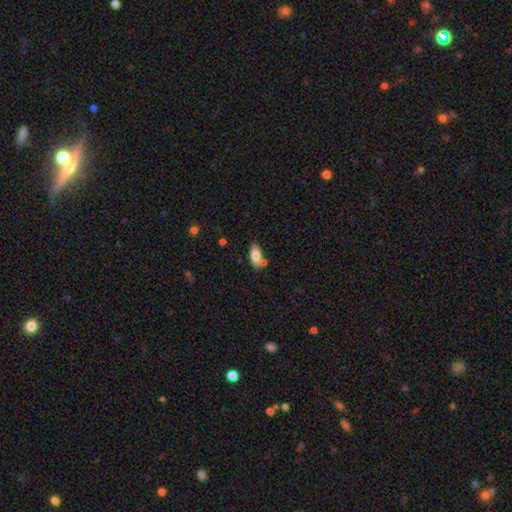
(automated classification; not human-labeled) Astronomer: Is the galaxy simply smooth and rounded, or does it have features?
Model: smooth — 79%.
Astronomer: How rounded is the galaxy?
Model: in between — 86%.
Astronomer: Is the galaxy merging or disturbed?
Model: none — 66%.